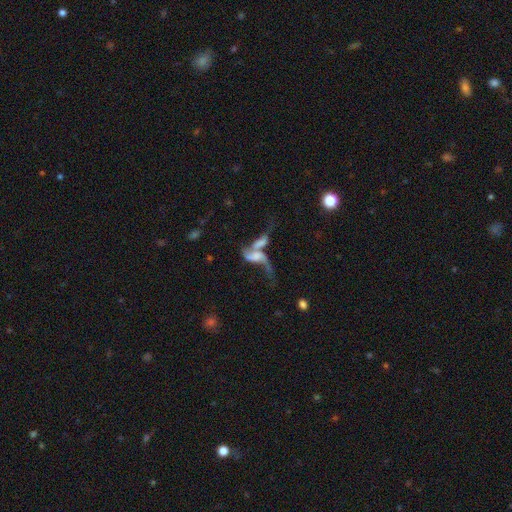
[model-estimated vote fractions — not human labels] featured or disk 61%, smooth 28%, star or artifact 11%. Down the decision tree: edge-on disk — no (91%); bar — no (61%); spiral arms — yes (67%); bulge size — none (48%); merging — merger (67%).